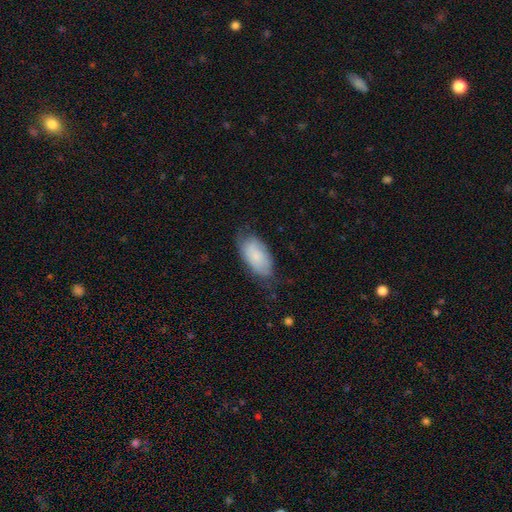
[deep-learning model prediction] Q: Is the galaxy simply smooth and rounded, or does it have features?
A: smooth — 74%.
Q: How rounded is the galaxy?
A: in between — 94%.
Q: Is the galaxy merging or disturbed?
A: none — 60%.